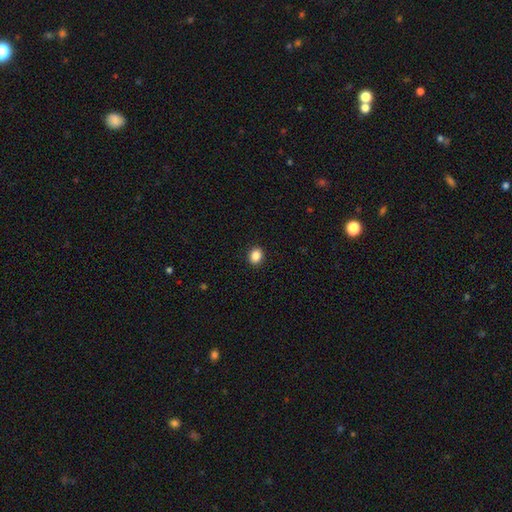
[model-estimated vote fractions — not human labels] Smooth or featured?
  - smooth: 87% *
  - star or artifact: 10%
  - featured or disk: 3%
How rounded?
  - round: 58% *
  - in between: 41%
  - cigar-shaped: 1%
Merging?
  - none: 92% *
  - minor disturbance: 6%
  - major disturbance: 2%
  - merger: 1%